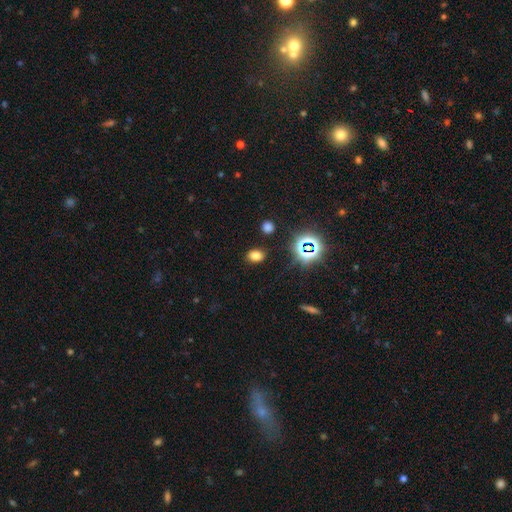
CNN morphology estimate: This is likely a smooth galaxy (71%). How rounded: likely in between (70%). Merging: clearly none (85%).